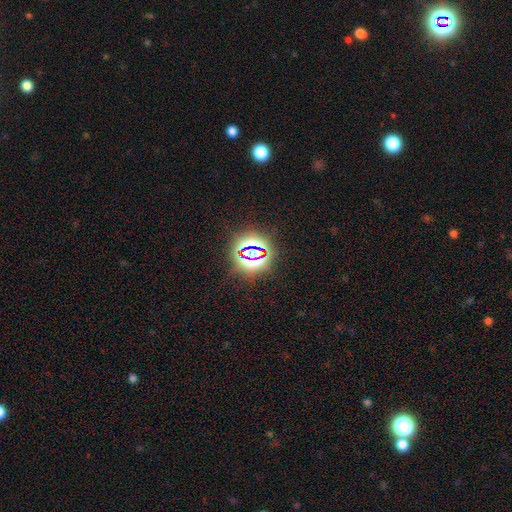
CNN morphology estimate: star or artifact 76%, smooth 15%, featured or disk 9%.